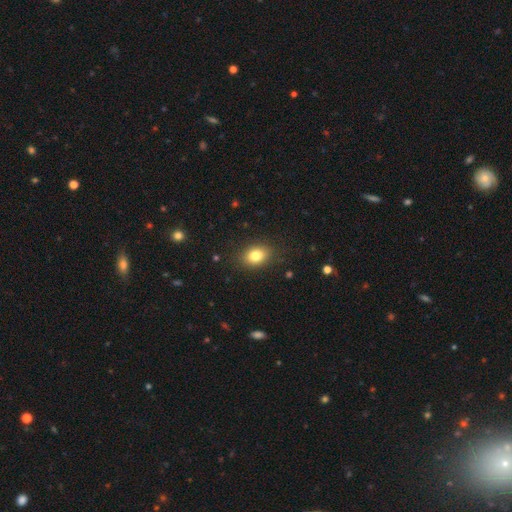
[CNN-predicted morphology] Smooth or featured?
  - smooth: 81% *
  - star or artifact: 10%
  - featured or disk: 9%
How rounded?
  - in between: 72% *
  - round: 27%
  - cigar-shaped: 1%
Merging?
  - none: 86% *
  - minor disturbance: 10%
  - major disturbance: 3%
  - merger: 1%